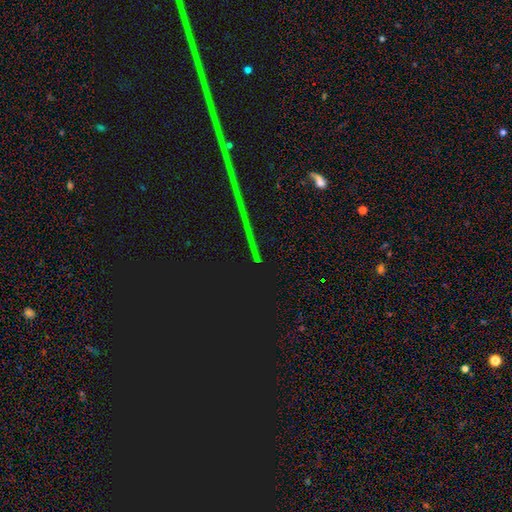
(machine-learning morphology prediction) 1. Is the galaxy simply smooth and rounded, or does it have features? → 87% star or artifact, 7% featured or disk, 6% smooth.